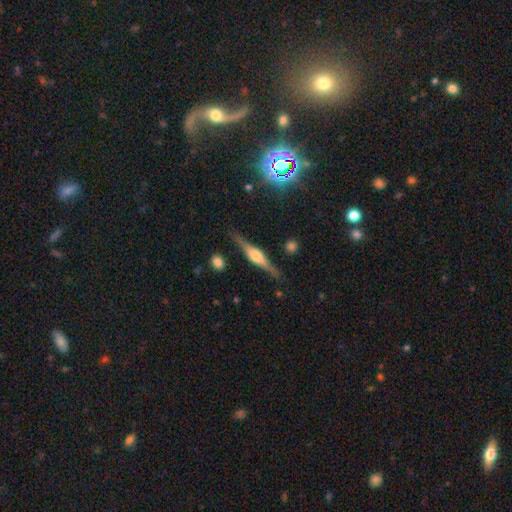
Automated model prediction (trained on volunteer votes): The model was most divided on "smooth or featured": featured or disk: 78%, smooth: 16%, star or artifact: 6%. More confident: edge-on disk — yes (97%); merging — none (87%); edge-on bulge — rounded (80%).